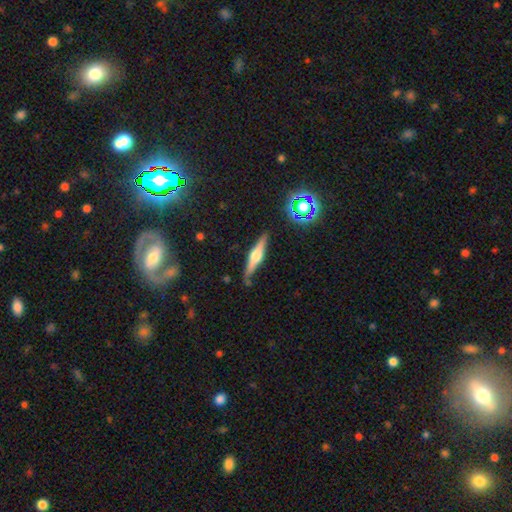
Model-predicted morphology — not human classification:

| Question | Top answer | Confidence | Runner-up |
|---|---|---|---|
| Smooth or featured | featured or disk | 71% | smooth (22%) |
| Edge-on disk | yes | 97% | no (3%) |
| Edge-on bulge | rounded | 87% | boxy (10%) |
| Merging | none | 86% | minor disturbance (10%) |